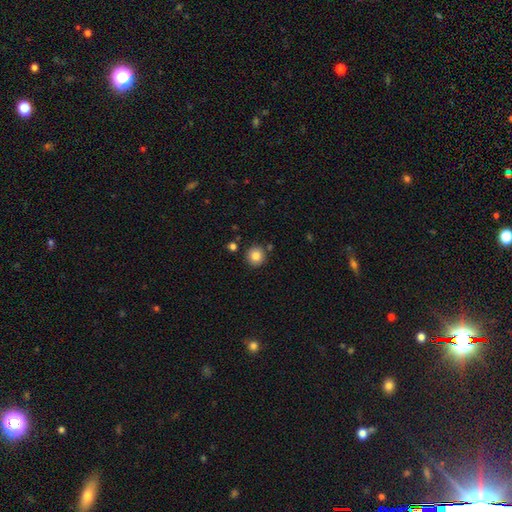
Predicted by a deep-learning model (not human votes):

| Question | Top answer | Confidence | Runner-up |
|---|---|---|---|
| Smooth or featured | smooth | 85% | star or artifact (10%) |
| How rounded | round | 92% | in between (7%) |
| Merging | none | 86% | minor disturbance (7%) |